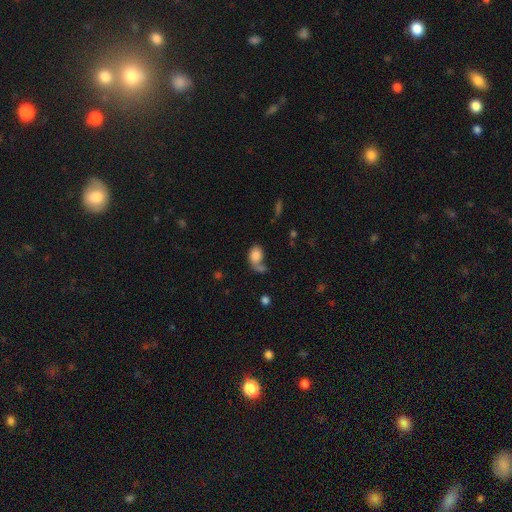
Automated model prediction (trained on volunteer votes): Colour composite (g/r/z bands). It shows a smooth galaxy with no disk features (71%) that is in between round and cigar-shaped (69%). Merging: none (31%).